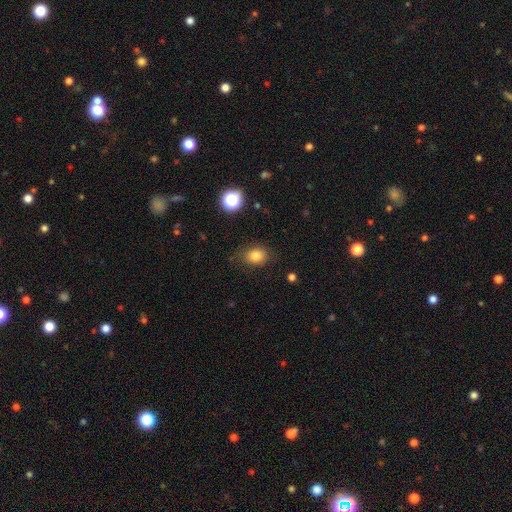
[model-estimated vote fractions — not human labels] This is clearly a smooth galaxy (81%). How rounded: possibly in between (56%). Merging: likely none (78%).